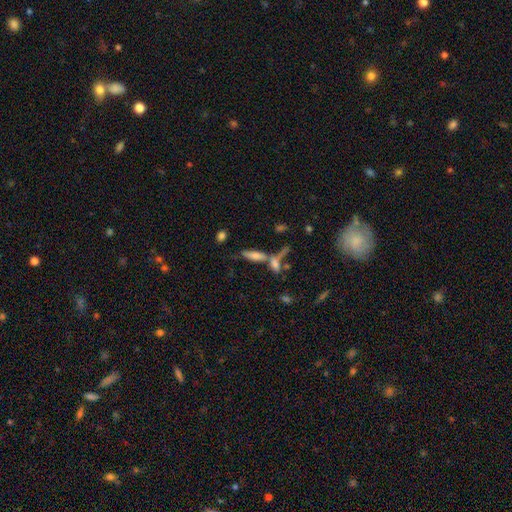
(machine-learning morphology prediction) Overall: smooth (59%; featured or disk 29%). How rounded: cigar-shaped (59%; in between 37%). Merging: none (45%; merger 37%).